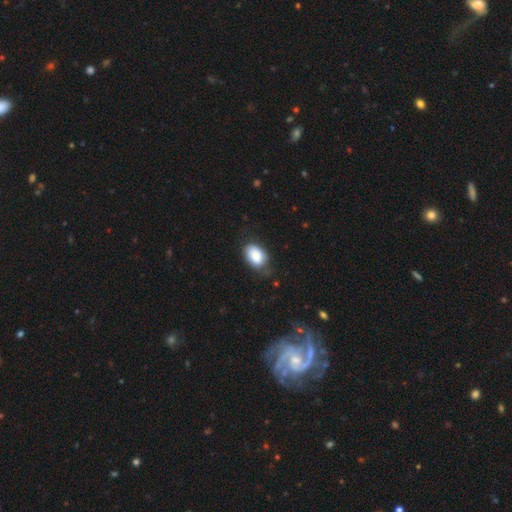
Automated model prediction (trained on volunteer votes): Smooth or featured?
  - smooth: 84% *
  - featured or disk: 9%
  - star or artifact: 7%
How rounded?
  - in between: 86% *
  - round: 13%
  - cigar-shaped: 1%
Merging?
  - none: 66% *
  - minor disturbance: 26%
  - major disturbance: 7%
  - merger: 2%